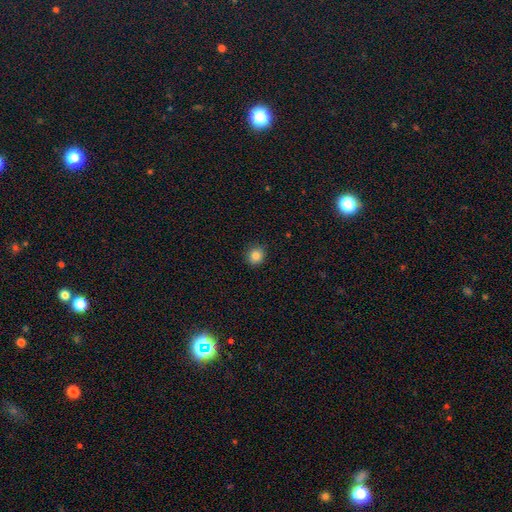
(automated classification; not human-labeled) Morphology: type=smooth (84%); roundness=round (91%); merging=none (91%).